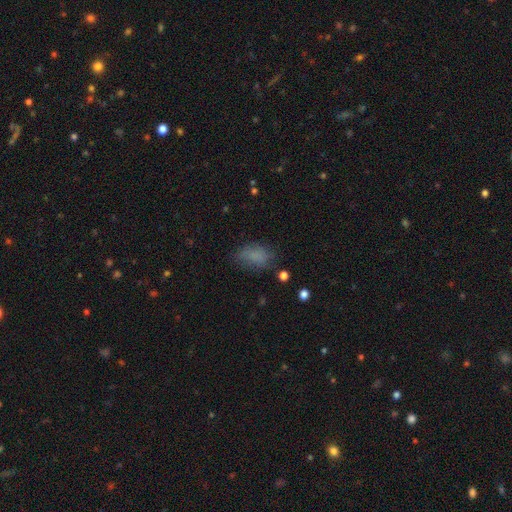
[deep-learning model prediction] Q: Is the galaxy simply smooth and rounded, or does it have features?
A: smooth — 78%.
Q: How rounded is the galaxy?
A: in between — 86%.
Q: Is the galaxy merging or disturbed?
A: none — 60%.